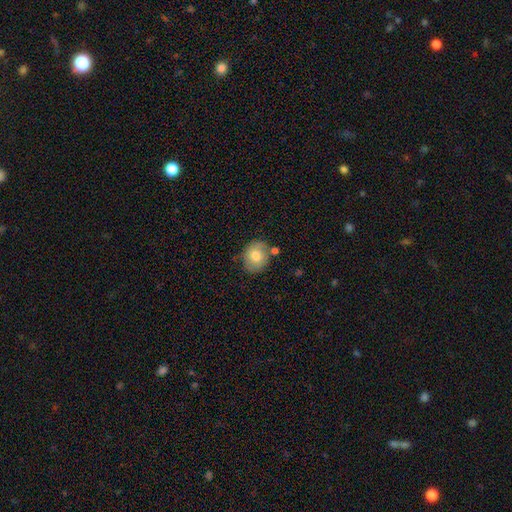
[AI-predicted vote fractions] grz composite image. It shows a smooth galaxy with no disk features (75%) that is round (64%). Merging: none (72%).